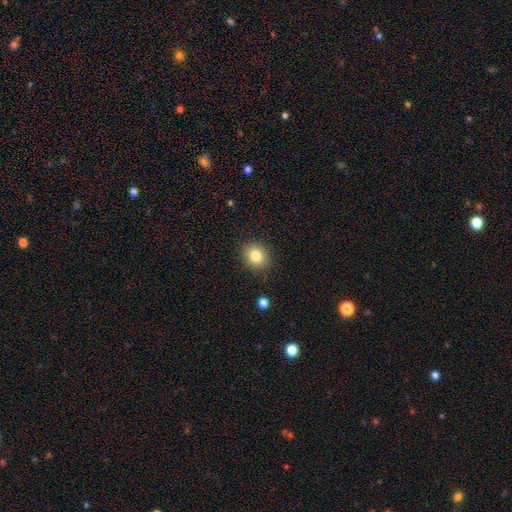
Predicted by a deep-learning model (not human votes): Overall: smooth (82%). How rounded: round (78%). Merging: none (88%).